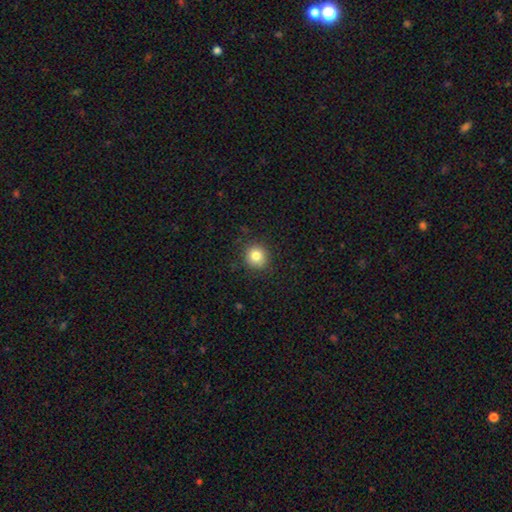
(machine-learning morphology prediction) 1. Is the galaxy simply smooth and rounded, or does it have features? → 82% smooth, 11% star or artifact, 7% featured or disk.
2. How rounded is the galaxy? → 89% round, 10% in between, 1% cigar-shaped.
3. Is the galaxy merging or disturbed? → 87% none, 9% minor disturbance, 2% major disturbance, 1% merger.